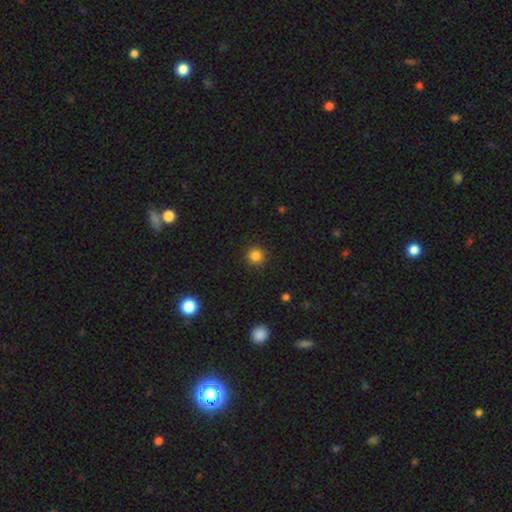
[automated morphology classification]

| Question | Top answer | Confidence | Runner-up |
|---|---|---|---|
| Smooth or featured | smooth | 84% | star or artifact (12%) |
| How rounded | round | 95% | in between (4%) |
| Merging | none | 92% | minor disturbance (5%) |